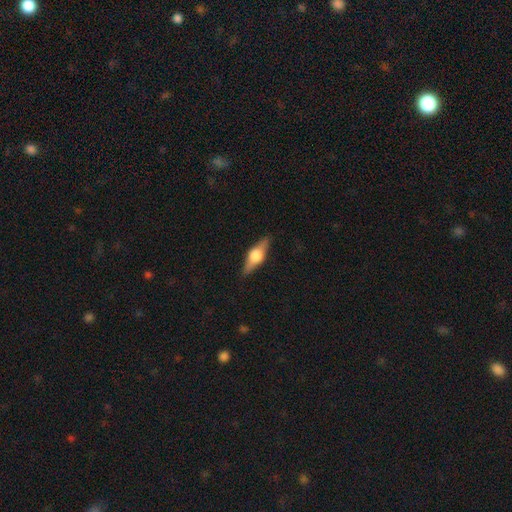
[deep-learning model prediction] Smooth or featured? featured or disk (62%)
Edge-on disk? yes (95%)
Edge-on bulge? rounded (94%)
Merging? none (88%)